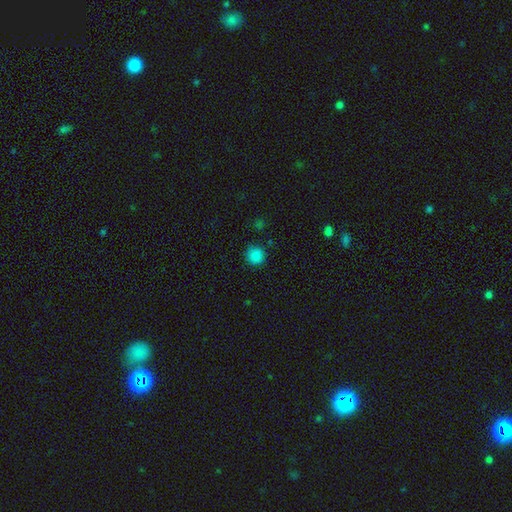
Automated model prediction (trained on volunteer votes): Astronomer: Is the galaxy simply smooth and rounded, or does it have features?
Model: smooth — 85%.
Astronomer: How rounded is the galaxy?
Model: round — 92%.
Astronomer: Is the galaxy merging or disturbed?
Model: none — 84%.